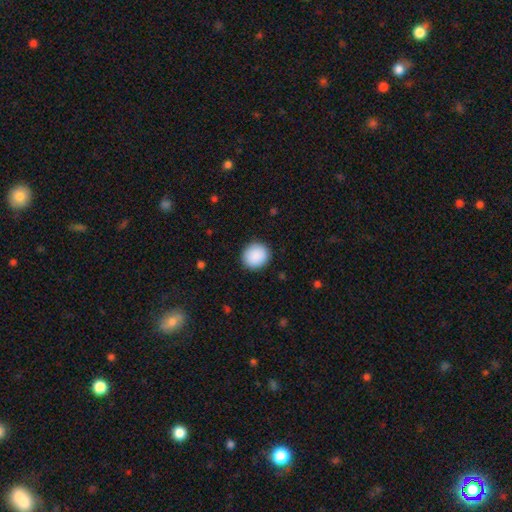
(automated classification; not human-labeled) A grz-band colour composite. It shows a smooth galaxy with no disk features (90%) that is round (89%). Merging: none (90%).